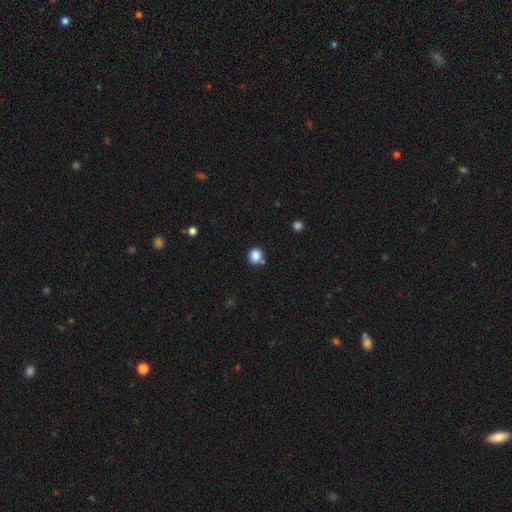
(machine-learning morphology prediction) smooth_or_featured: smooth (p=0.85) [alt: star or artifact p=0.11]
how_rounded: round (p=0.81) [alt: in between p=0.18]
merging: none (p=0.73) [alt: merger p=0.13]